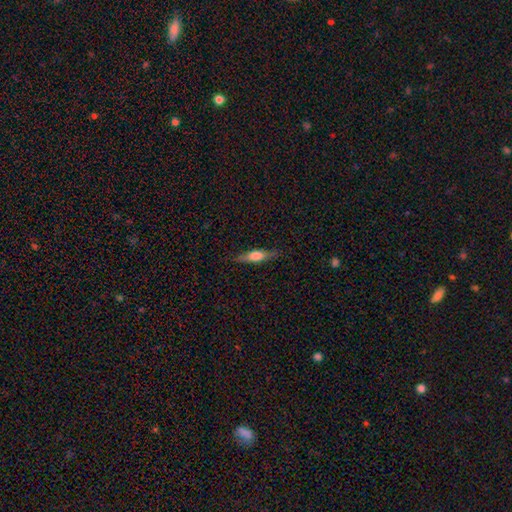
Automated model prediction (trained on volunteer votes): Smooth or featured: featured or disk — 47% (smooth — 46%)
Merging: none — 85% (minor disturbance — 11%)